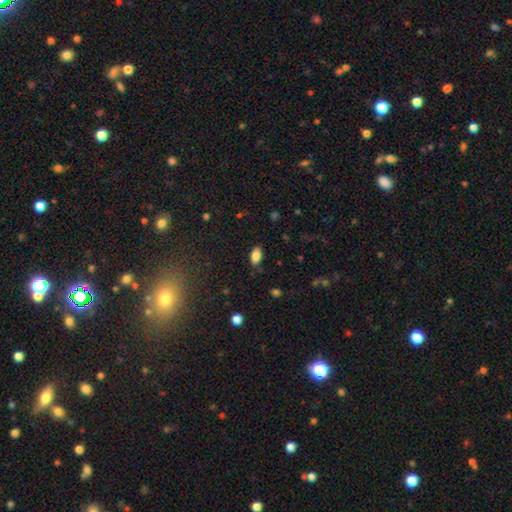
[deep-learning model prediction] Morphology: type=smooth (81%); roundness=in between (91%); merging=none (83%).